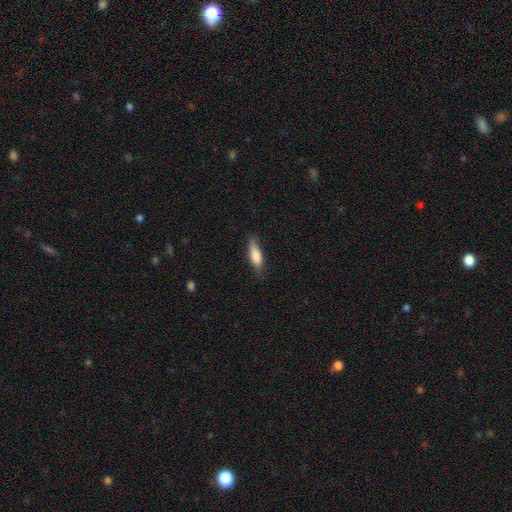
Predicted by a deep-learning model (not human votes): A smooth galaxy with no disk features (78%) that is in between round and cigar-shaped (51%). Merging: none (69%).